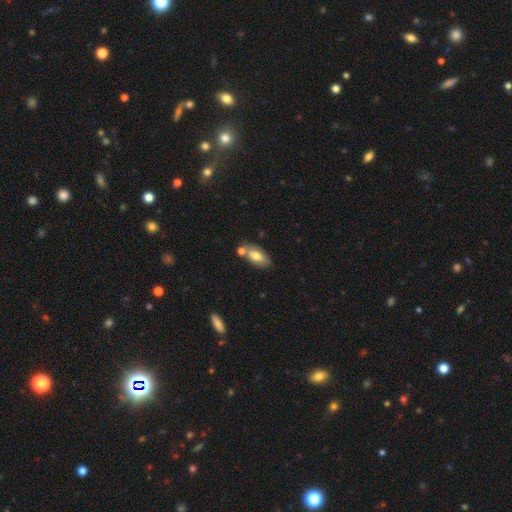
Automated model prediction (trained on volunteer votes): smooth 73%, featured or disk 20%, star or artifact 7%. Down the decision tree: how rounded — in between (88%); merging — none (63%).